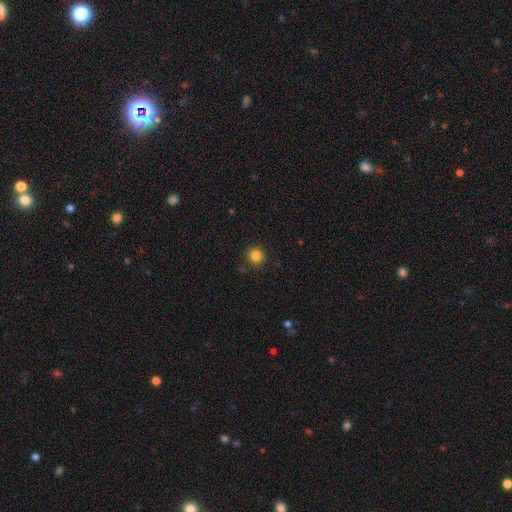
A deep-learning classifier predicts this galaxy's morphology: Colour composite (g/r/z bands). It shows a smooth galaxy with no disk features (84%) that is round (94%). Merging: none (89%).